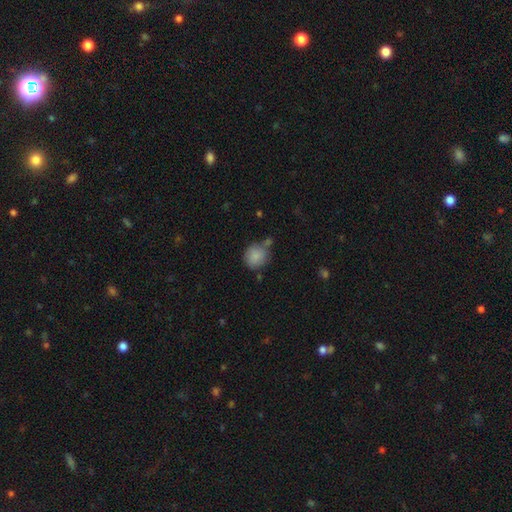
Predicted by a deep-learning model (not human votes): This appears to be a smooth galaxy with no disk features (86%) that is round (83%). Merging: none (65%).